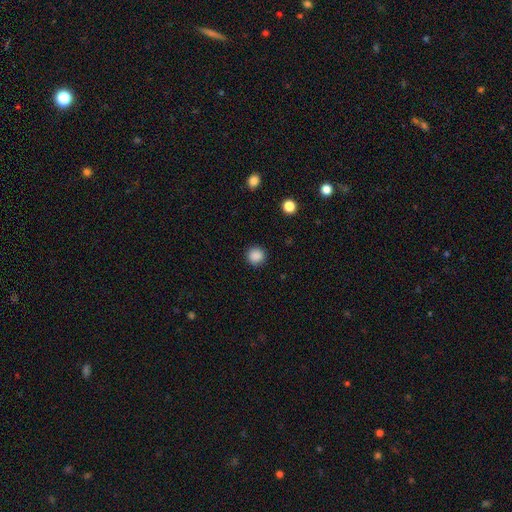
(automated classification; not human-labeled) Overall: smooth (87%). How rounded: round (94%). Merging: none (91%).